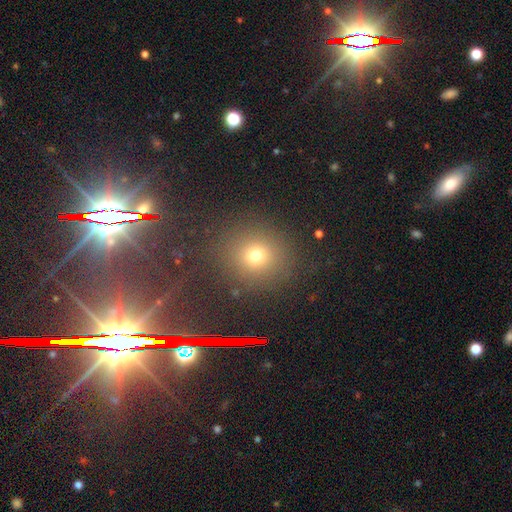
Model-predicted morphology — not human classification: smooth-or-featured: smooth: 68% | star or artifact: 23% | featured or disk: 9%
  how-rounded: round: 86% | in between: 13% | cigar-shaped: 1%
  merging: none: 82% | minor disturbance: 9% | major disturbance: 5% | merger: 4%